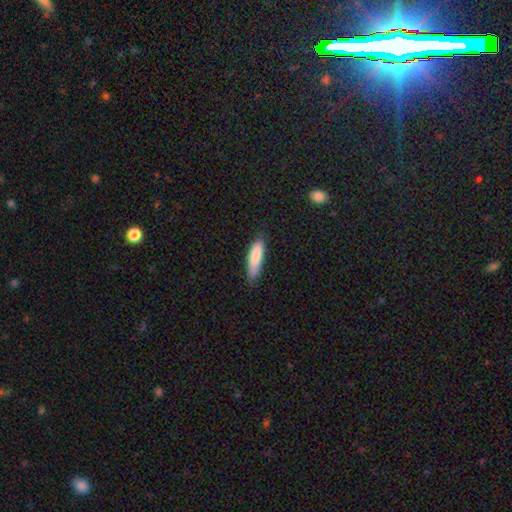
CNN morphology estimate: Smooth or featured? smooth (85%)
How rounded? cigar-shaped (68%)
Merging? none (80%)